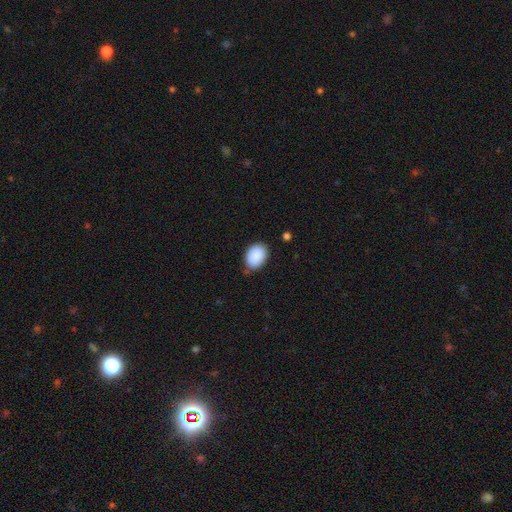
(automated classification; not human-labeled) Smooth or featured? smooth (90%)
How rounded? in between (75%)
Merging? none (76%)